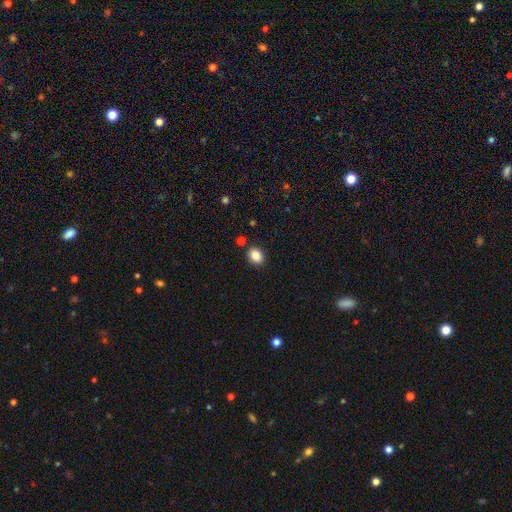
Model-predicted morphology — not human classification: smooth-or-featured: smooth: 85% | star or artifact: 9% | featured or disk: 5%
  how-rounded: in between: 52% | round: 48% | cigar-shaped: 1%
  merging: none: 87% | minor disturbance: 8% | merger: 4% | major disturbance: 2%